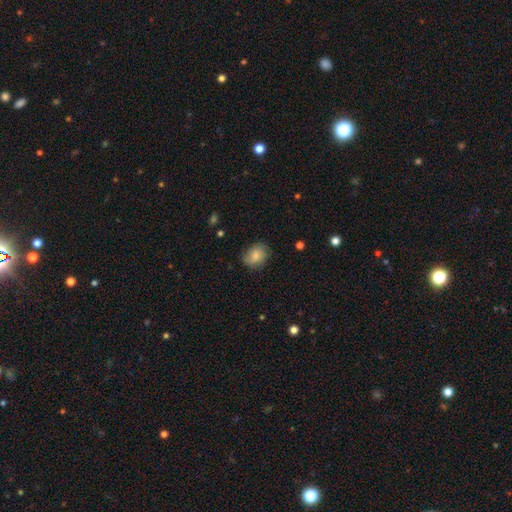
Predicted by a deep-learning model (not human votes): A smooth galaxy with no disk features (80%) that is in between round and cigar-shaped (58%). Merging: none (73%).